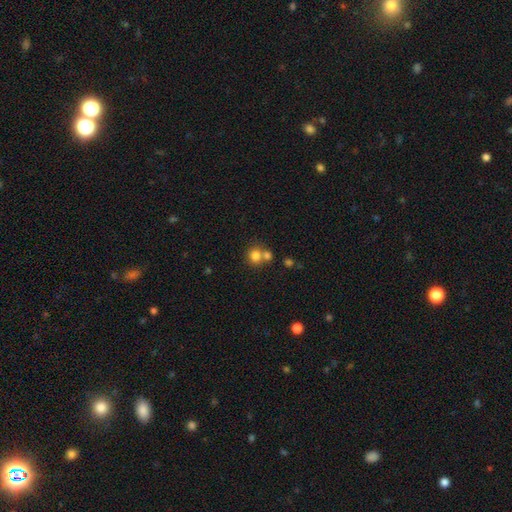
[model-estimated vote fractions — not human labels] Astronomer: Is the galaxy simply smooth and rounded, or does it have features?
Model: smooth — 79%.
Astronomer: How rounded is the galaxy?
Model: round — 84%.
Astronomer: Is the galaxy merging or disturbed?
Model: none — 49% (runner-up: merger, 40%).